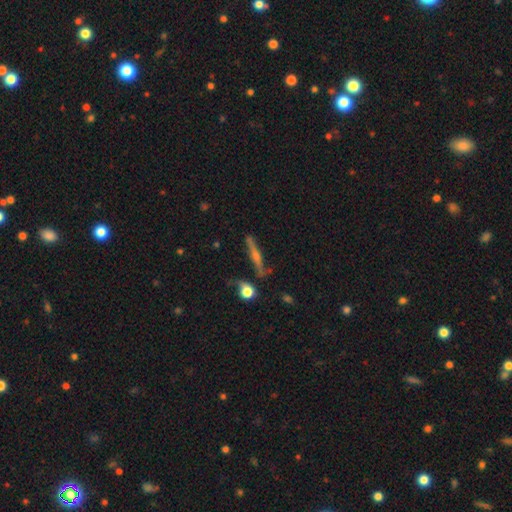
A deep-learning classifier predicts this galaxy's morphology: Q: Smooth or featured?
A: featured or disk (52%); runner-up: smooth (28%)
Q: Edge-on disk?
A: yes (73%); runner-up: no (27%)
Q: Merging?
A: none (68%); runner-up: minor disturbance (14%)